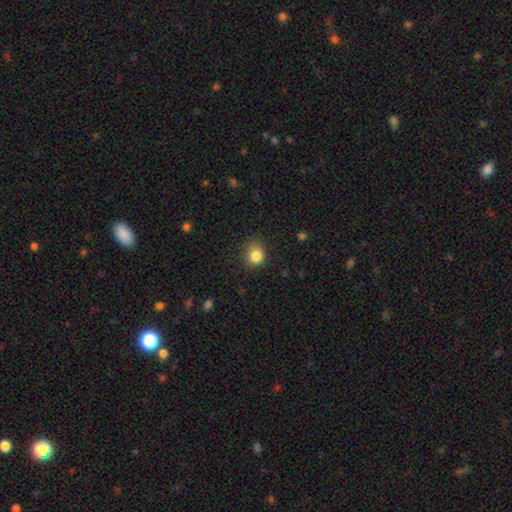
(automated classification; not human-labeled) Smooth or featured?
  - smooth: 84% *
  - star or artifact: 11%
  - featured or disk: 5%
How rounded?
  - round: 73% *
  - in between: 26%
  - cigar-shaped: 1%
Merging?
  - none: 76% *
  - minor disturbance: 18%
  - major disturbance: 4%
  - merger: 1%